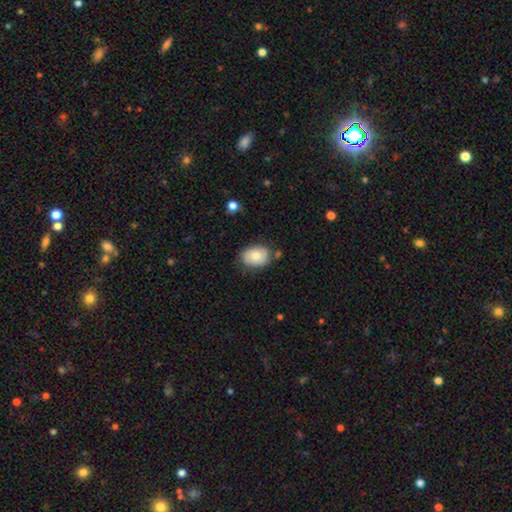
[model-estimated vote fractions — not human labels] smooth-or-featured: smooth: 73% | featured or disk: 20% | star or artifact: 7%
  how-rounded: in between: 73% | round: 26% | cigar-shaped: 1%
  merging: none: 76% | minor disturbance: 17% | major disturbance: 3% | merger: 3%